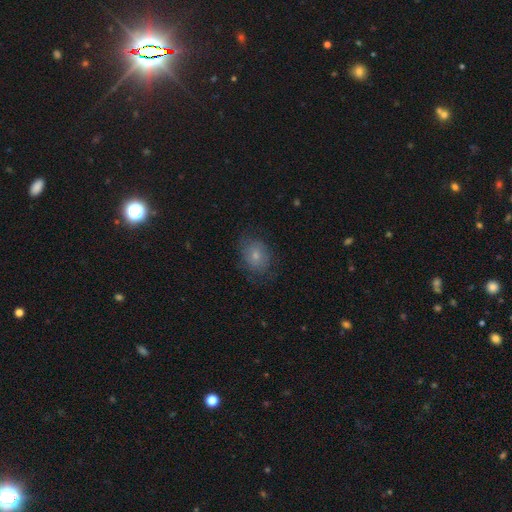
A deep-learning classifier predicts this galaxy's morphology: type=smooth (70%); roundness=in between (54%); merging=none (69%).